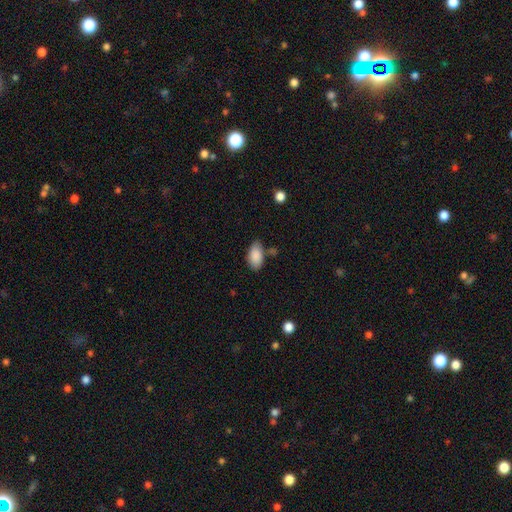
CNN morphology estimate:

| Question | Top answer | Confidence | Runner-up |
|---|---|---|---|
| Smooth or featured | smooth | 88% | star or artifact (7%) |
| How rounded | in between | 94% | round (3%) |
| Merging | none | 69% | minor disturbance (19%) |